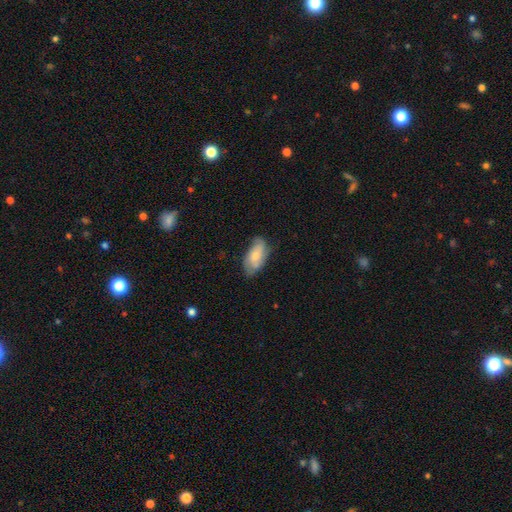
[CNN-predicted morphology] This appears to be a smooth galaxy with no disk features (57%) that is in between round and cigar-shaped (89%). Merging: none (64%).